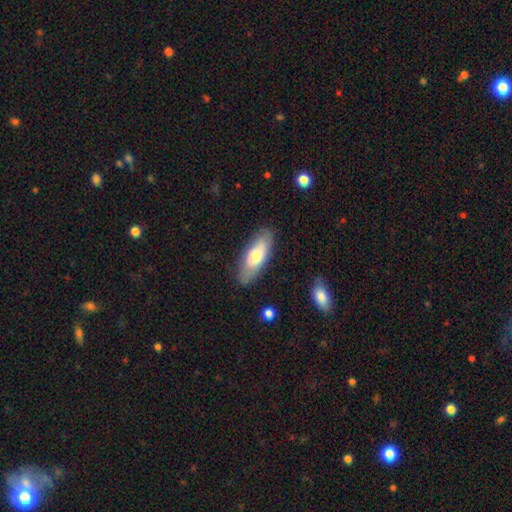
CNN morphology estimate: Smooth or featured?
  - smooth: 63% *
  - featured or disk: 31%
  - star or artifact: 6%
How rounded?
  - in between: 68% *
  - cigar-shaped: 30%
  - round: 2%
Merging?
  - none: 83% *
  - minor disturbance: 13%
  - major disturbance: 3%
  - merger: 1%